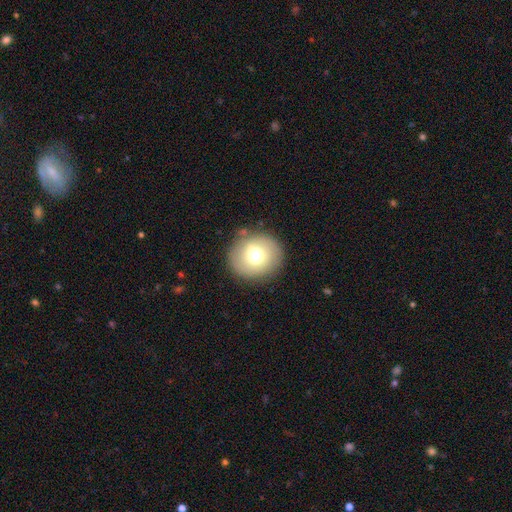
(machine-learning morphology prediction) type=smooth (69%); roundness=round (79%); merging=none (82%).